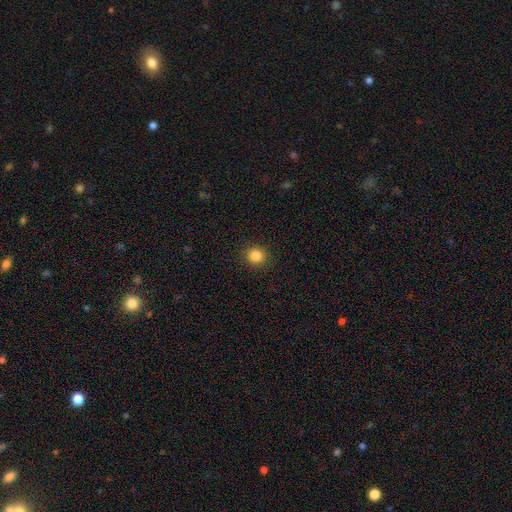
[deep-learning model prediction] smooth 85%, star or artifact 11%, featured or disk 4%. Down the decision tree: how rounded — round (90%); merging — none (91%).